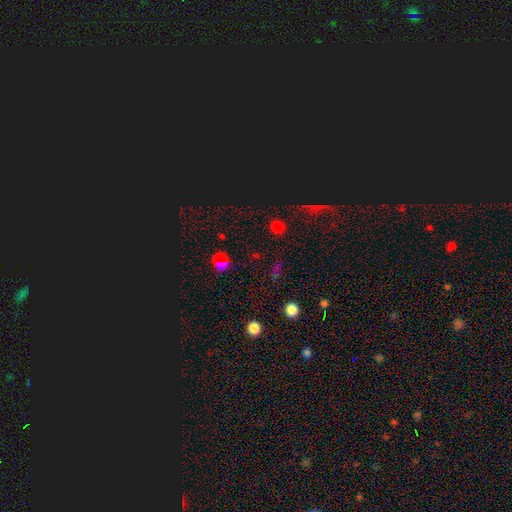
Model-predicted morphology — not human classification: A star or artifact, not a galaxy (52%).

Vote fractions:
- Smooth or featured? star or artifact: 52% / smooth: 40% / featured or disk: 8%